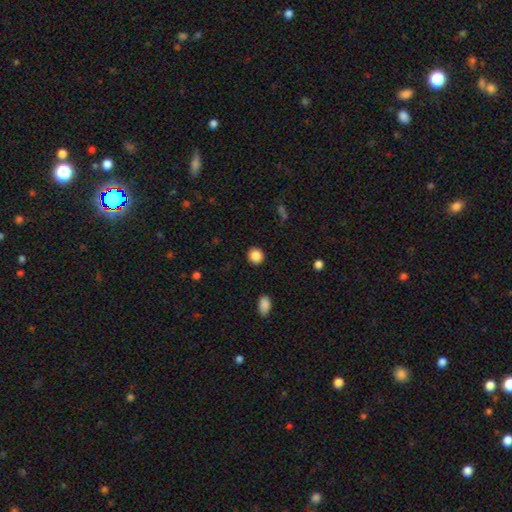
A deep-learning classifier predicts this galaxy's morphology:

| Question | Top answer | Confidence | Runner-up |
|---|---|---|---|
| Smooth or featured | smooth | 87% | star or artifact (9%) |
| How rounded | round | 87% | in between (12%) |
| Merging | none | 91% | minor disturbance (6%) |